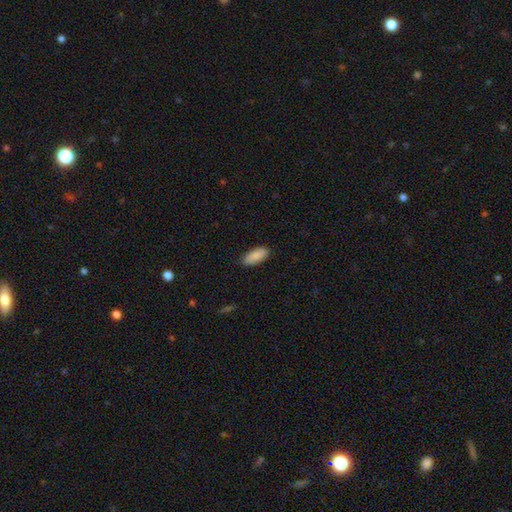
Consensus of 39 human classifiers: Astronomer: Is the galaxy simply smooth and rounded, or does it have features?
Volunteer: smooth — 95%.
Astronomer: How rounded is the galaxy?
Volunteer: in between — 86%.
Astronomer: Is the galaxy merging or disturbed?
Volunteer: none — 89%.